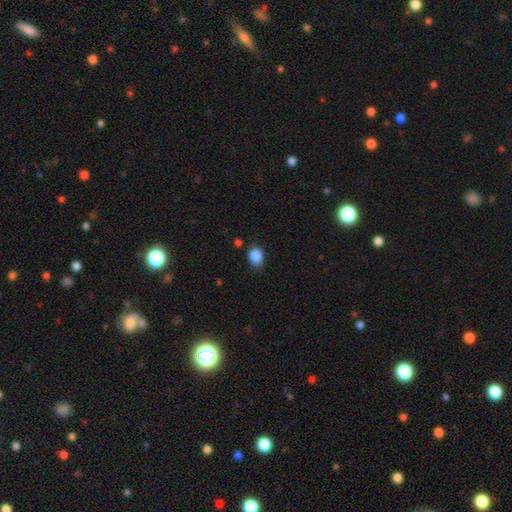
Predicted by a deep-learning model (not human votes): smooth-or-featured: smooth: 88% | star or artifact: 9% | featured or disk: 4%
  how-rounded: in between: 51% | round: 48% | cigar-shaped: 1%
  merging: none: 77% | minor disturbance: 17% | major disturbance: 3% | merger: 3%